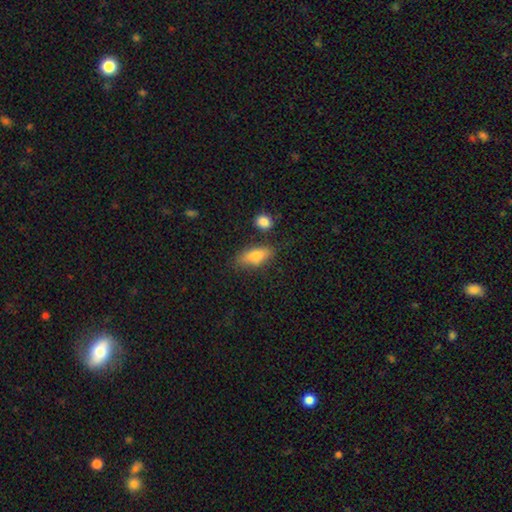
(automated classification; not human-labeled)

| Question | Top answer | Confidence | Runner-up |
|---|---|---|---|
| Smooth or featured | smooth | 76% | featured or disk (17%) |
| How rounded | in between | 74% | cigar-shaped (23%) |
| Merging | none | 74% | minor disturbance (16%) |